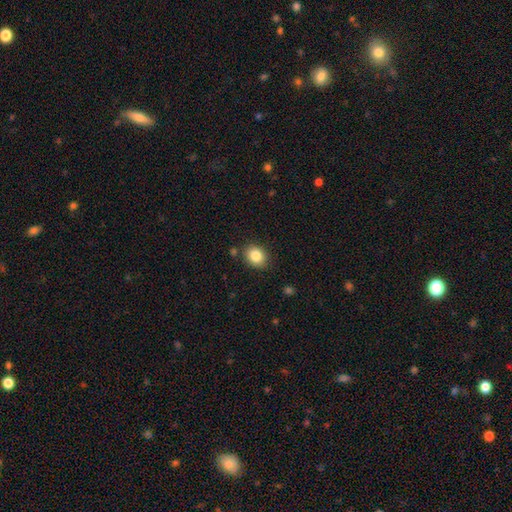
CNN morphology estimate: Smooth or featured? Predicted: smooth (p=0.84). How rounded? Predicted: round (p=0.53). Merging? Predicted: none (p=0.85).